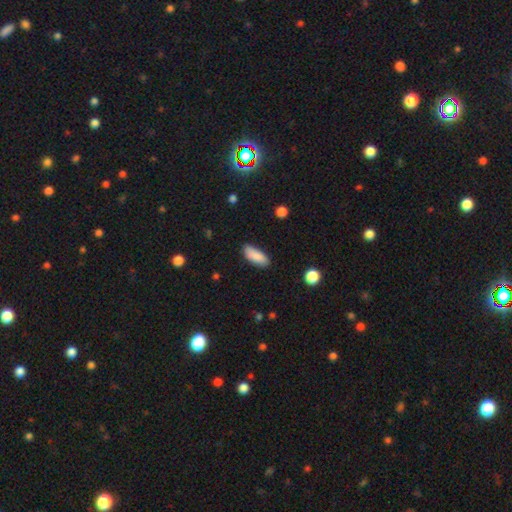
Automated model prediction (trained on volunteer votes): smooth-or-featured: smooth: 86% | featured or disk: 8% | star or artifact: 6%
  how-rounded: in between: 81% | cigar-shaped: 17% | round: 2%
  merging: none: 82% | minor disturbance: 14% | major disturbance: 3% | merger: 2%